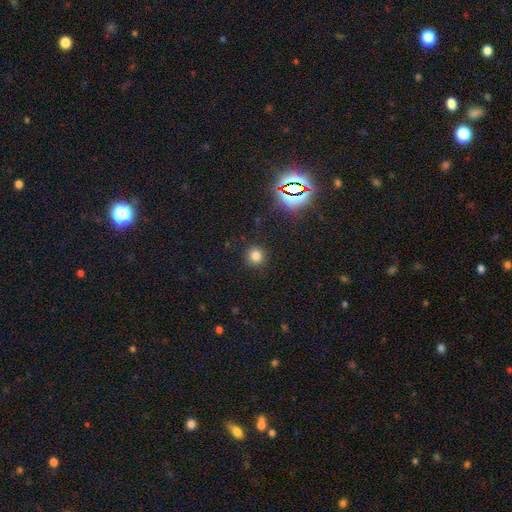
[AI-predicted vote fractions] A smooth galaxy with no disk features (76%) that is round (91%). Merging: none (89%).